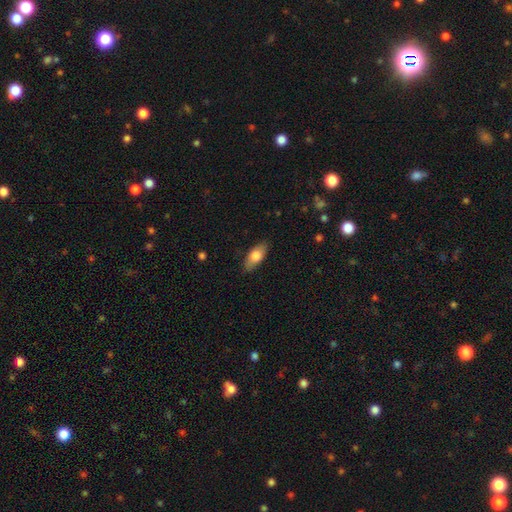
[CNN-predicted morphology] Overall: smooth (75%). How rounded: in between (84%). Merging: none (84%).